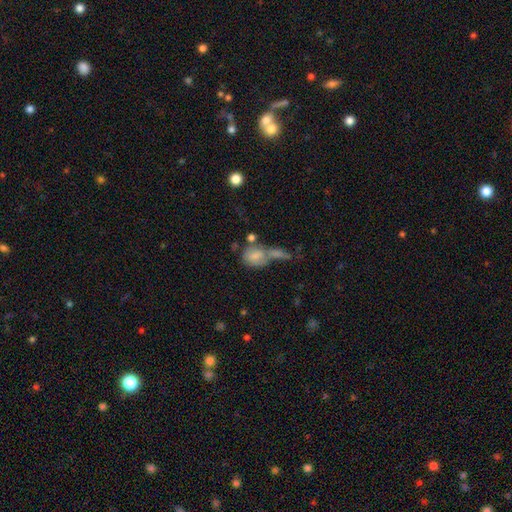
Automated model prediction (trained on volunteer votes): smooth_or_featured: smooth (p=0.75) [alt: featured or disk p=0.17]
how_rounded: in between (p=0.55) [alt: round p=0.43]
merging: merger (p=0.52) [alt: none p=0.26]